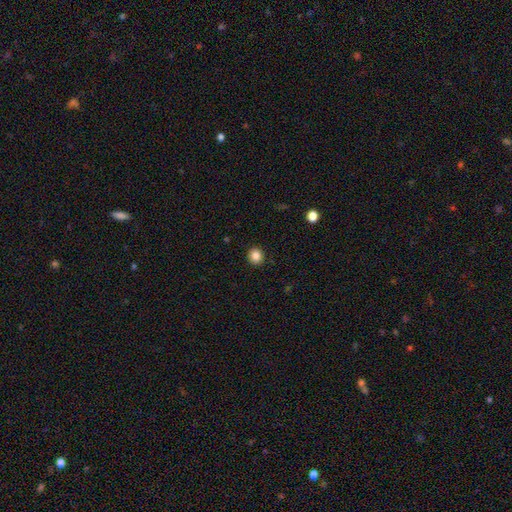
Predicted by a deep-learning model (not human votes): Morphology: type=smooth (85%); roundness=round (89%); merging=none (92%).